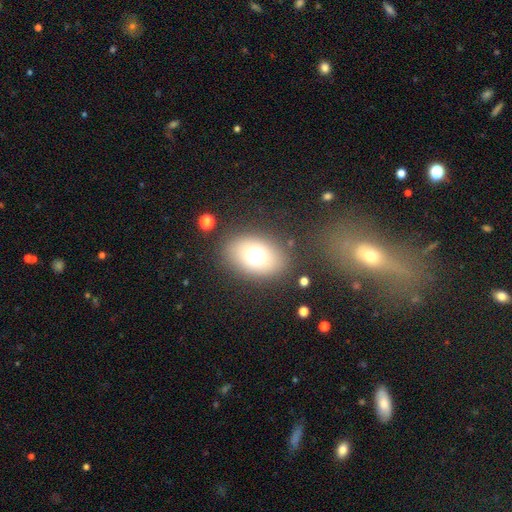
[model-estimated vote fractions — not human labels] Smooth or featured? smooth (70%)
How rounded? in between (72%)
Merging? none (82%)